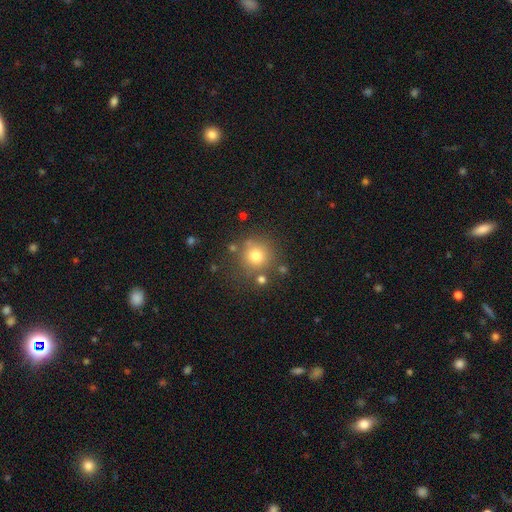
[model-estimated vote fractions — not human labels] Morphology: type=smooth (75%); roundness=round (93%); merging=none (77%).